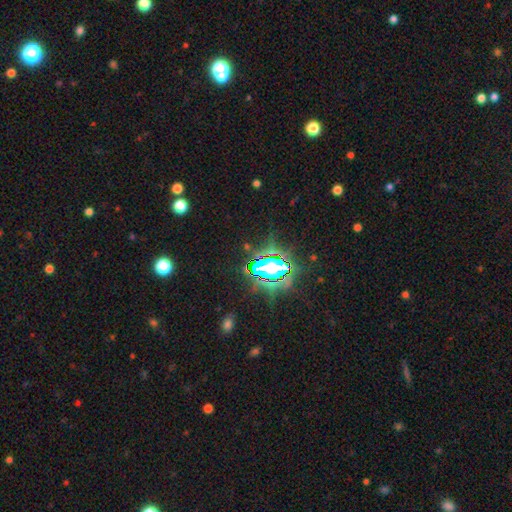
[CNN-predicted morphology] smooth-or-featured: star or artifact: 83% | smooth: 10% | featured or disk: 7%